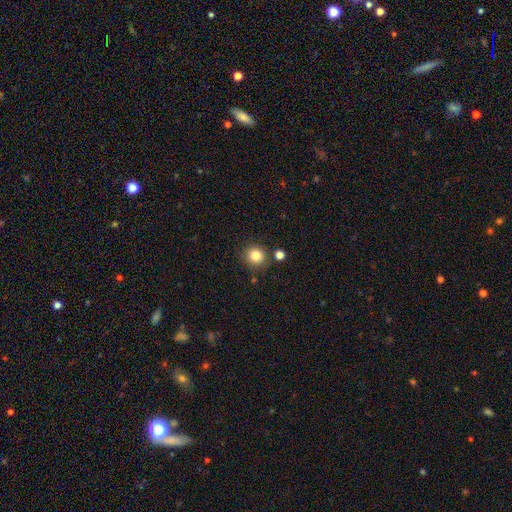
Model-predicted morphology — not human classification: type=smooth (83%); roundness=round (89%); merging=none (83%).